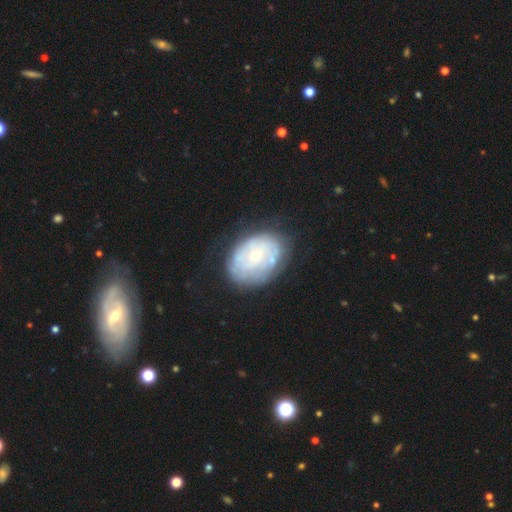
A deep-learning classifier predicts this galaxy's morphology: Smooth or featured? Predicted: featured or disk (p=0.53). Edge-on disk? Predicted: no (p=0.96). Bar? Predicted: no (p=0.79). Spiral arms? Predicted: no (p=0.60). Bulge size? Predicted: small (p=0.63). Merging? Predicted: none (p=0.66).